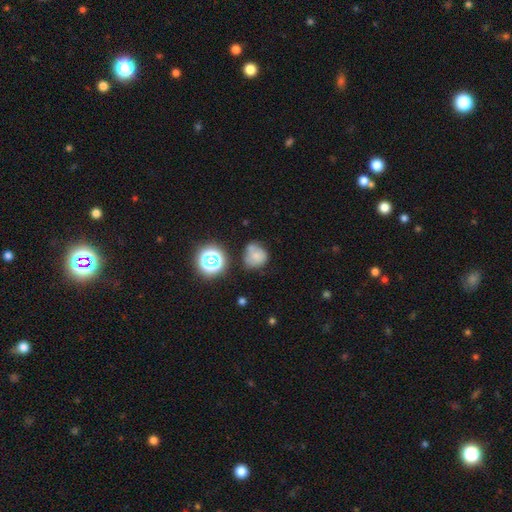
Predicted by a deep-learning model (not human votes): Smooth or featured: smooth — 69% (featured or disk — 16%)
How rounded: round — 76% (in between — 23%)
Merging: none — 46% (minor disturbance — 24%)